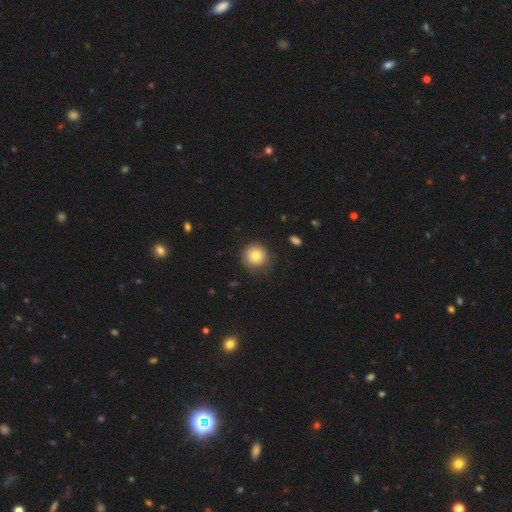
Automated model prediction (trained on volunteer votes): This appears to be a smooth galaxy with no disk features (81%) that is round (93%). Merging: none (81%).